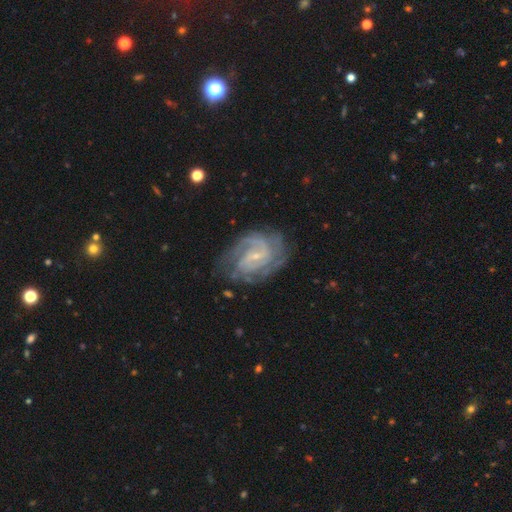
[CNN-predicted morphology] smooth_or_featured: featured or disk (p=0.89) [alt: smooth p=0.06]
disk_edge_on: no (p=0.98) [alt: yes p=0.02]
bar: weak (p=0.51) [alt: no p=0.33]
has_spiral_arms: yes (p=0.97) [alt: no p=0.03]
spiral_winding: tight (p=0.54) [alt: medium p=0.38]
spiral_arm_count: 2 (p=0.47) [alt: can't tell p=0.19]
bulge_size: small (p=0.79) [alt: moderate p=0.14]
merging: none (p=0.72) [alt: minor disturbance p=0.18]